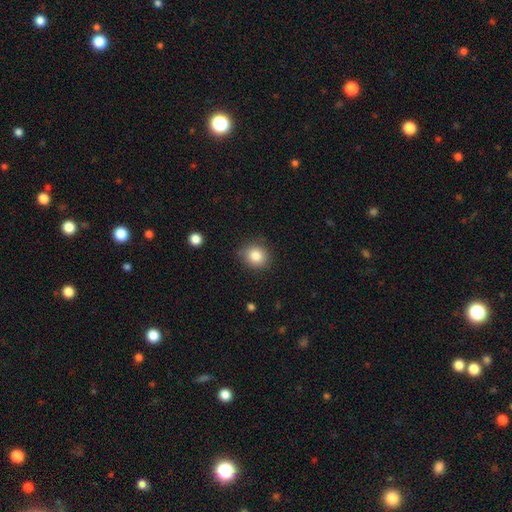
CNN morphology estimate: Q: Smooth or featured?
A: smooth (83%); runner-up: star or artifact (10%)
Q: How rounded?
A: round (82%); runner-up: in between (17%)
Q: Merging?
A: none (84%); runner-up: minor disturbance (12%)